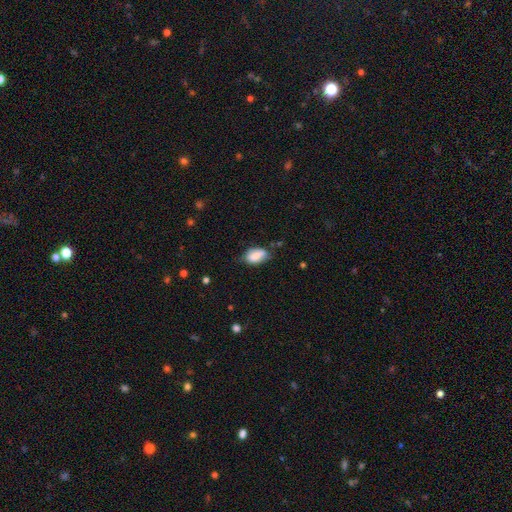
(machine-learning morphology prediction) This is clearly a smooth galaxy (82%). How rounded: clearly in between (90%). Merging: possibly none (54%).